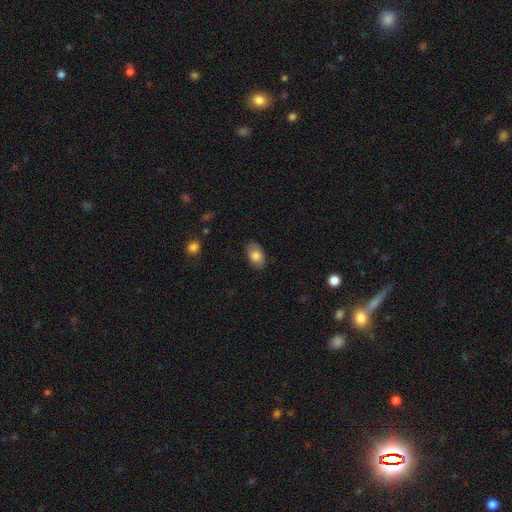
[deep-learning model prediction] smooth 81%, featured or disk 12%, star or artifact 7%. Down the decision tree: how rounded — in between (92%); merging — none (84%).